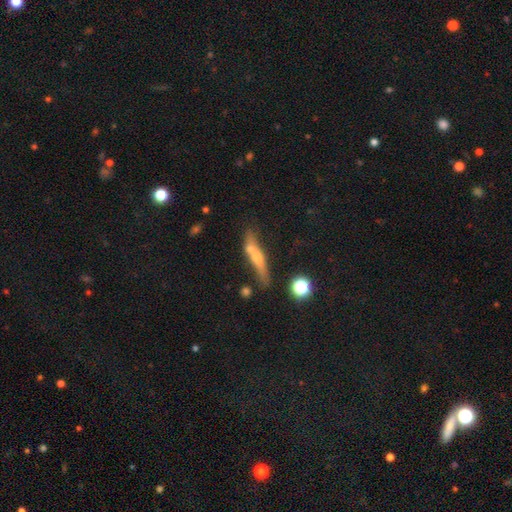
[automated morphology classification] The model was most divided on "smooth or featured": smooth: 48%, featured or disk: 43%, star or artifact: 10%. More confident: merging — none (55%).